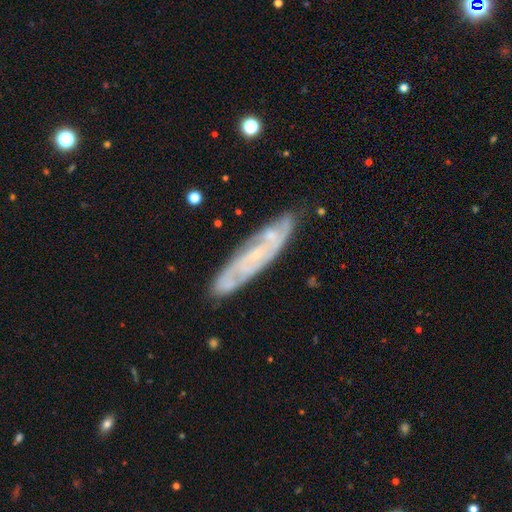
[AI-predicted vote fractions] The model was most divided on "spiral arm count": can't tell: 38%, 2: 32%, 3: 14%, 4: 7%, more than 4: 4%, 1: 4%. More confident: spiral arms — yes (91%); merging — none (83%); bulge size — small (77%); smooth or featured — featured or disk (77%); edge-on disk — no (72%); spiral winding — tight (61%); bar — no (58%).